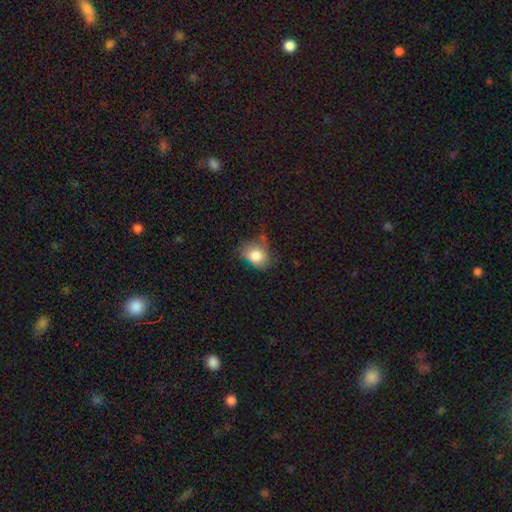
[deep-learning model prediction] smooth-or-featured: smooth: 78% | featured or disk: 13% | star or artifact: 9%
  how-rounded: in between: 59% | round: 40% | cigar-shaped: 1%
  merging: none: 45% | minor disturbance: 34% | major disturbance: 18% | merger: 3%